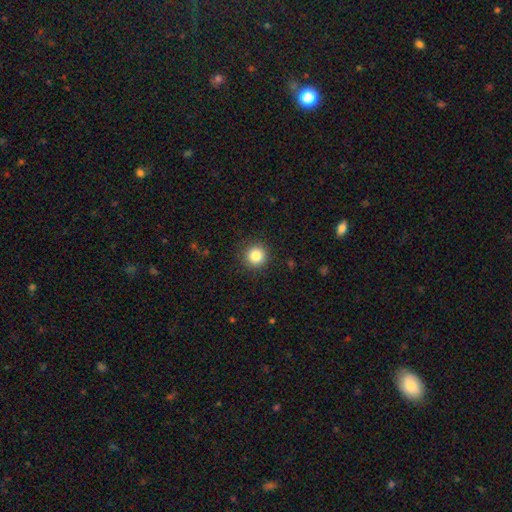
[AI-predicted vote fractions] This is clearly a smooth galaxy (84%). How rounded: clearly round (95%). Merging: clearly none (91%).